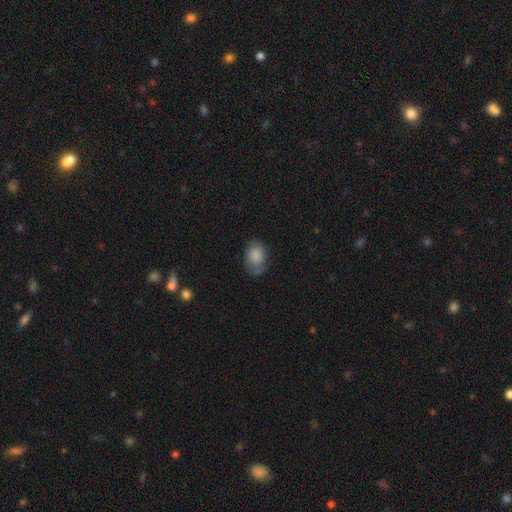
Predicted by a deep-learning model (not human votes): smooth-or-featured: smooth: 80% | featured or disk: 12% | star or artifact: 8%
  how-rounded: in between: 79% | round: 20% | cigar-shaped: 1%
  merging: none: 57% | minor disturbance: 29% | major disturbance: 11% | merger: 3%